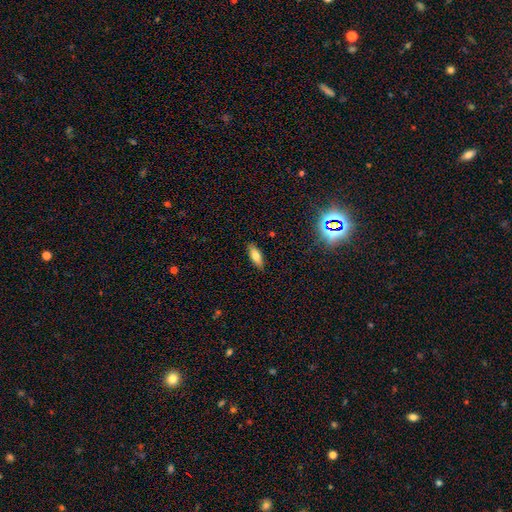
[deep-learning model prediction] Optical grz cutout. It shows a smooth galaxy with no disk features (74%) that is in between round and cigar-shaped (74%). Merging: none (87%).